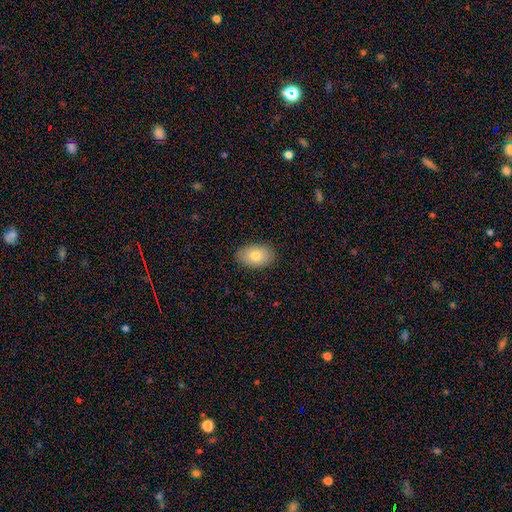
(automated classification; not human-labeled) A smooth galaxy with no disk features (80%) that is in between round and cigar-shaped (90%). Merging: none (87%).